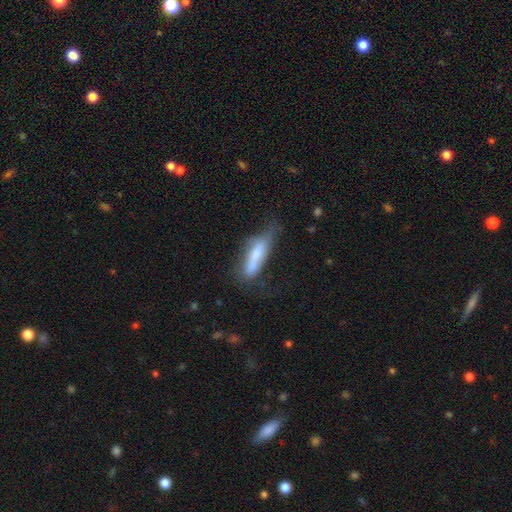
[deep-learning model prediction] Morphology: type=smooth (65%); roundness=cigar-shaped (63%); merging=none (41%).